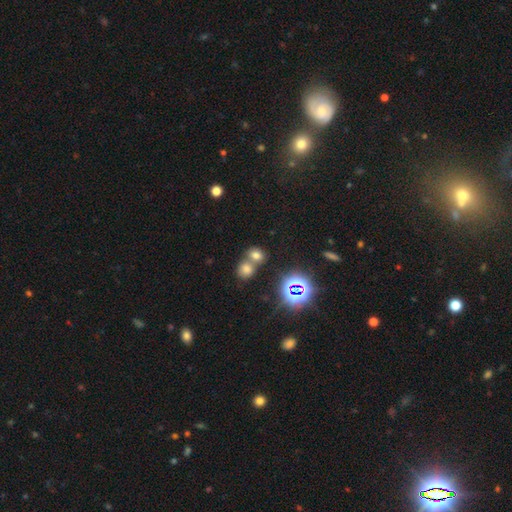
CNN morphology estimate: Smooth or featured? smooth (62%)
How rounded? round (56%)
Merging? merger (49%)